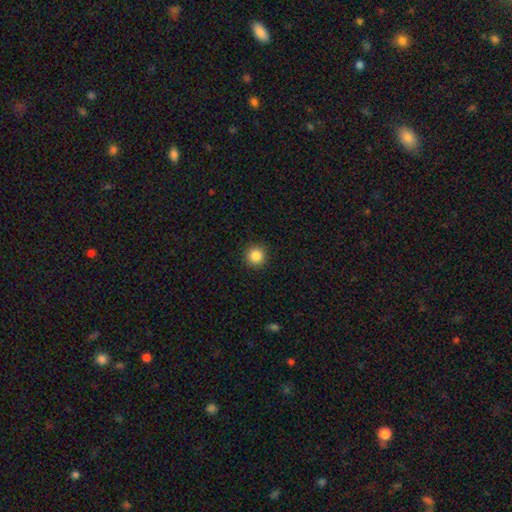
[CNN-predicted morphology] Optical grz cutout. It shows a smooth galaxy with no disk features (85%) that is round (95%). Merging: none (93%).